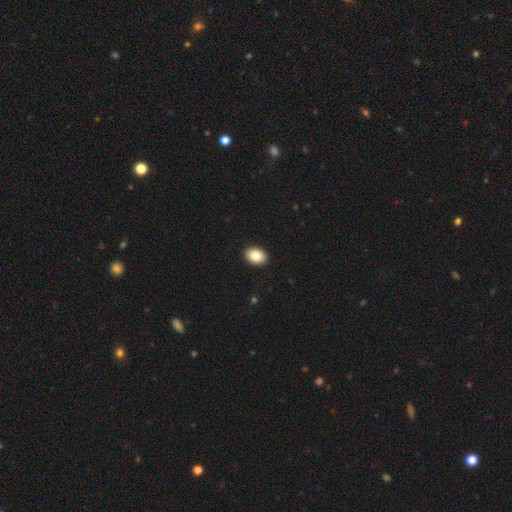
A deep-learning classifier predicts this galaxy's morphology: smooth_or_featured: smooth (p=0.84) [alt: featured or disk p=0.08]
how_rounded: in between (p=0.80) [alt: round p=0.19]
merging: none (p=0.92) [alt: minor disturbance p=0.06]